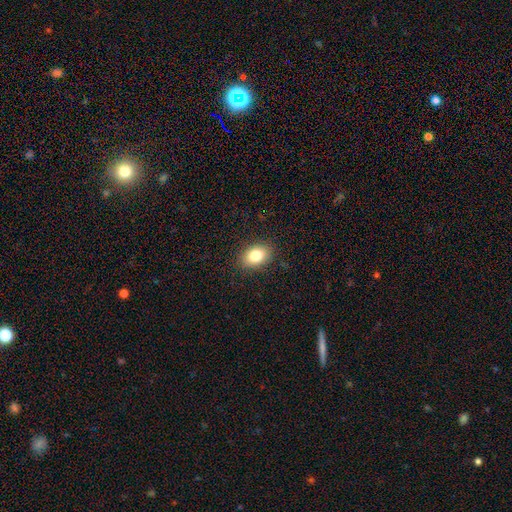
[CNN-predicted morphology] Smooth or featured? smooth (82%)
How rounded? in between (81%)
Merging? none (88%)